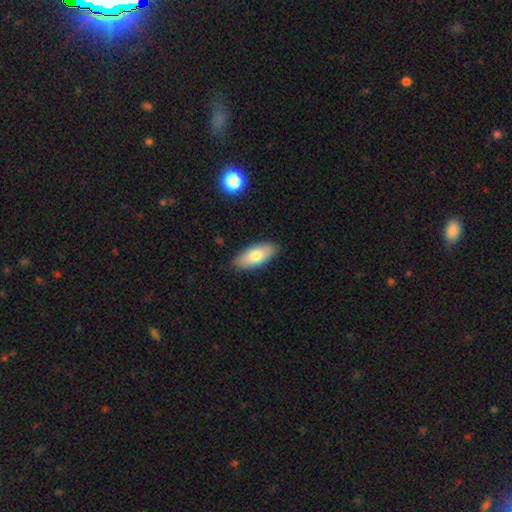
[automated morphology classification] Smooth or featured? smooth (78%)
How rounded? in between (85%)
Merging? none (87%)